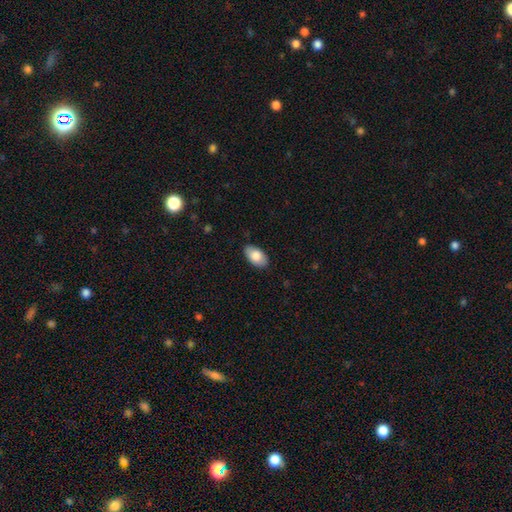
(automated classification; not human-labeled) Q: Smooth or featured?
A: smooth (82%); runner-up: featured or disk (12%)
Q: How rounded?
A: in between (94%); runner-up: round (4%)
Q: Merging?
A: none (86%); runner-up: minor disturbance (11%)